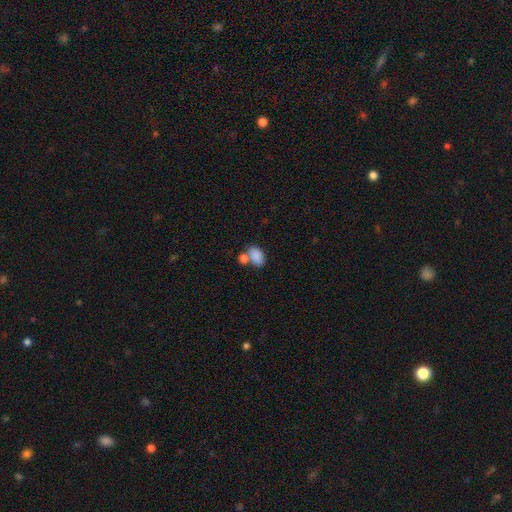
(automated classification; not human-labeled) Smooth or featured: smooth — 85% (star or artifact — 8%)
How rounded: in between — 88% (round — 10%)
Merging: none — 48% (merger — 34%)